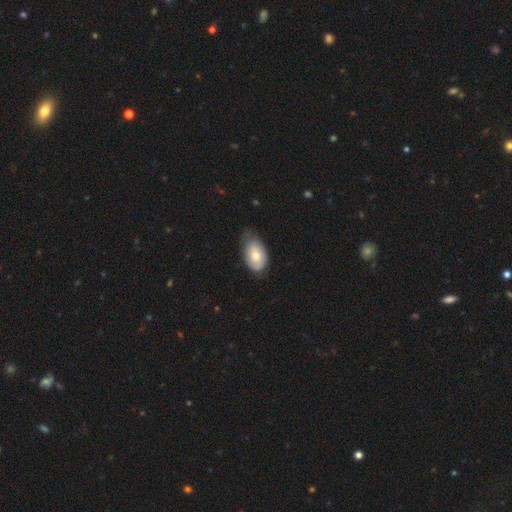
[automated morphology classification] type=smooth (71%); roundness=in between (91%); merging=none (51%).